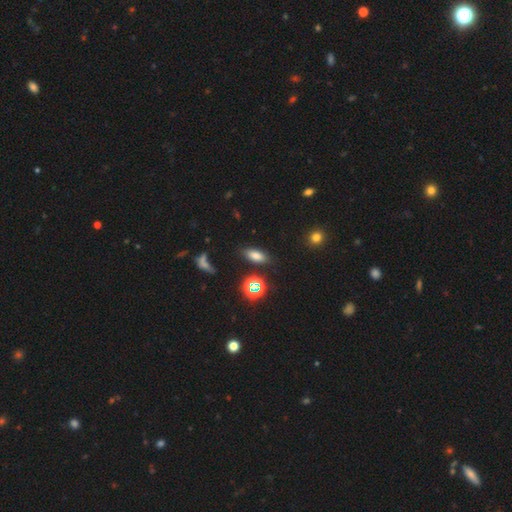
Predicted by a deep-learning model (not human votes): A smooth galaxy with no disk features (70%) that is in between round and cigar-shaped (76%).

Vote fractions:
- Smooth or featured? smooth: 70% / star or artifact: 20% / featured or disk: 10%
- How rounded? in between: 76% / cigar-shaped: 16% / round: 8%
- Merging? none: 81% / minor disturbance: 10% / merger: 4% / major disturbance: 4%